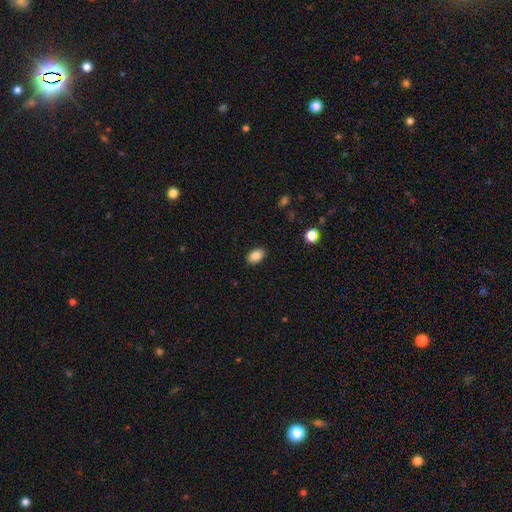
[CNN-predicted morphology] type=smooth (87%); roundness=in between (89%); merging=none (89%).